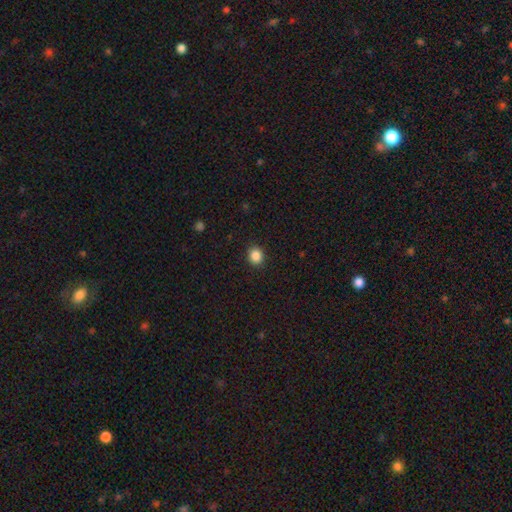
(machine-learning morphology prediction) smooth-or-featured: smooth: 87% | star or artifact: 10% | featured or disk: 3%
  how-rounded: round: 71% | in between: 28% | cigar-shaped: 1%
  merging: none: 91% | minor disturbance: 6% | major disturbance: 2% | merger: 1%